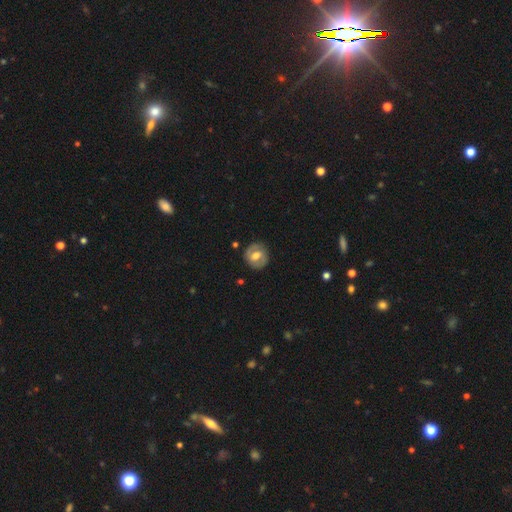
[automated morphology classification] smooth-or-featured: featured or disk: 54% | smooth: 40% | star or artifact: 7%
  disk-edge-on: no: 96% | yes: 4%
    bar: weak: 50% | no: 31% | strong: 19%
    has-spiral-arms: yes: 67% | no: 33%
    bulge-size: moderate: 67% | large: 19% | small: 11% | none: 2% | dominant: 1%
  merging: none: 82% | minor disturbance: 13% | major disturbance: 4% | merger: 1%